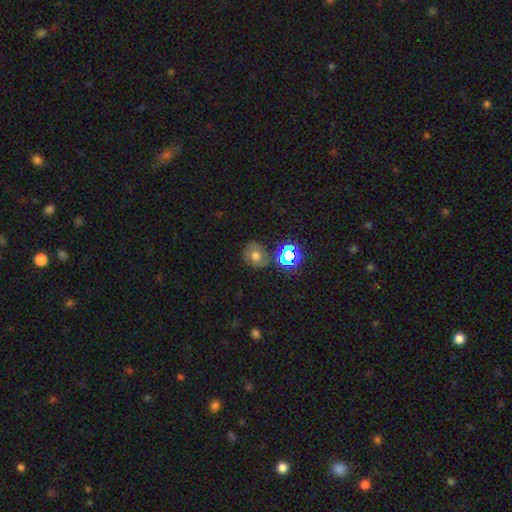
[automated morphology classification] This is possibly a smooth galaxy (48%). Merging: likely none (65%).